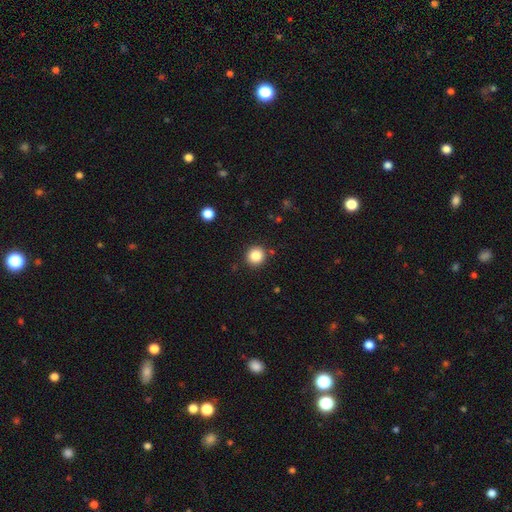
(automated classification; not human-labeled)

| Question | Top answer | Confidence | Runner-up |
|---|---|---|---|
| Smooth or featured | smooth | 85% | star or artifact (10%) |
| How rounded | round | 93% | in between (7%) |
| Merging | none | 90% | minor disturbance (6%) |